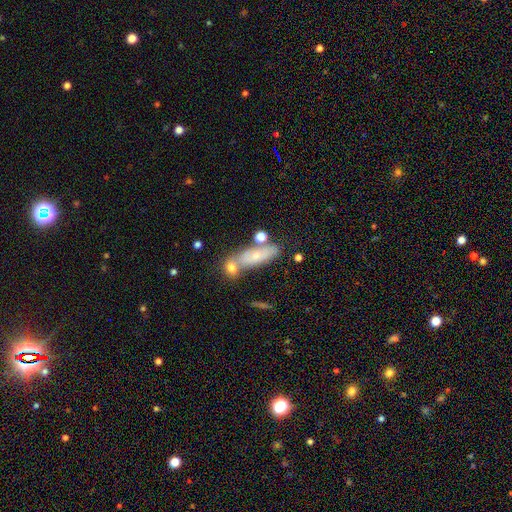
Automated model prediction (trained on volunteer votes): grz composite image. It shows a smooth galaxy with no disk features (58%) that is in between round and cigar-shaped (49%). Merging: none (57%).